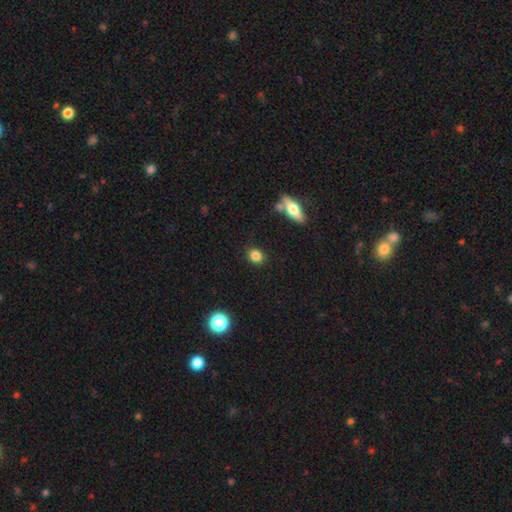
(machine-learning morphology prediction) Smooth or featured? Predicted: smooth (p=0.84). How rounded? Predicted: round (p=0.62). Merging? Predicted: none (p=0.86).